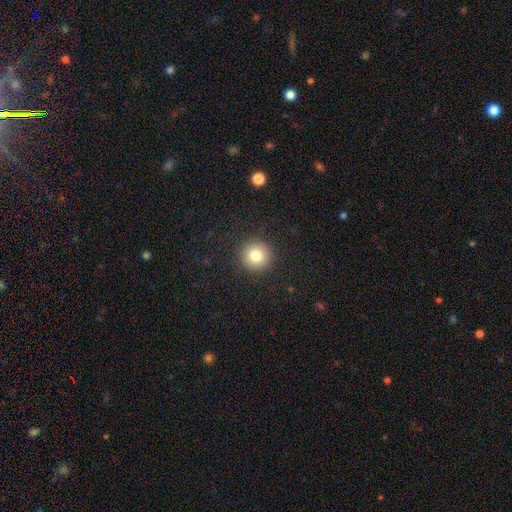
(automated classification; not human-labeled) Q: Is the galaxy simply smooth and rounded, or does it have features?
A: smooth — 79%.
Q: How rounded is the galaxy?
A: round — 95%.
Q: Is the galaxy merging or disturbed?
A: none — 91%.